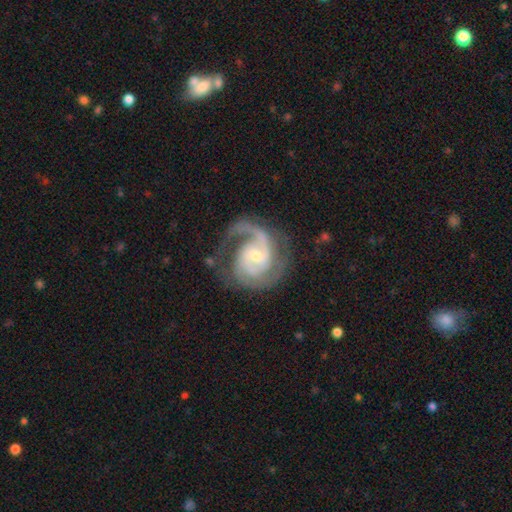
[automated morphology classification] Smooth or featured: featured or disk — 91% (smooth — 5%)
Edge-on disk: no — 98% (yes — 2%)
Bar: no — 50% (weak — 39%)
Spiral arms: yes — 98% (no — 2%)
Spiral winding: medium — 49% (tight — 39%)
Spiral arm count: 2 — 65% (3 — 12%)
Bulge size: small — 62% (moderate — 33%)
Merging: none — 66% (minor disturbance — 18%)